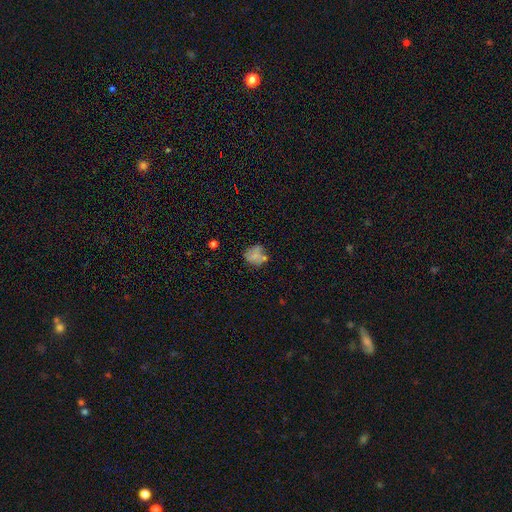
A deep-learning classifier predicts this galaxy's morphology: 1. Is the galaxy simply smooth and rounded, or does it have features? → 67% smooth, 20% featured or disk, 13% star or artifact.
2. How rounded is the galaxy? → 66% round, 32% in between, 1% cigar-shaped.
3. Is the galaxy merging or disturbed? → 54% none, 22% minor disturbance, 13% merger, 10% major disturbance.